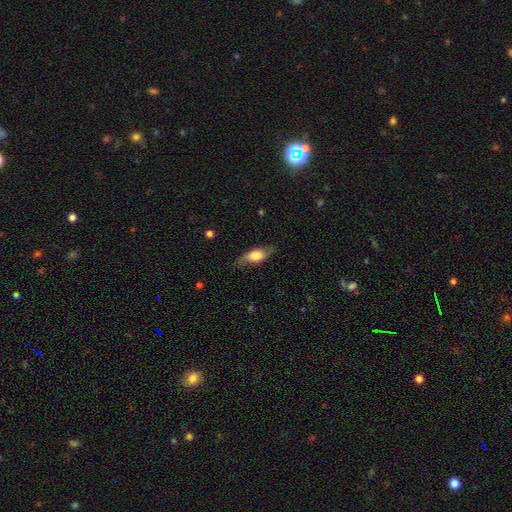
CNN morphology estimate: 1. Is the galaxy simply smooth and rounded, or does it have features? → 58% smooth, 35% featured or disk, 7% star or artifact.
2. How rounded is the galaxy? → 70% in between, 25% cigar-shaped, 5% round.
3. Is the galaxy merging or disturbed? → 72% none, 20% minor disturbance, 6% major disturbance, 1% merger.